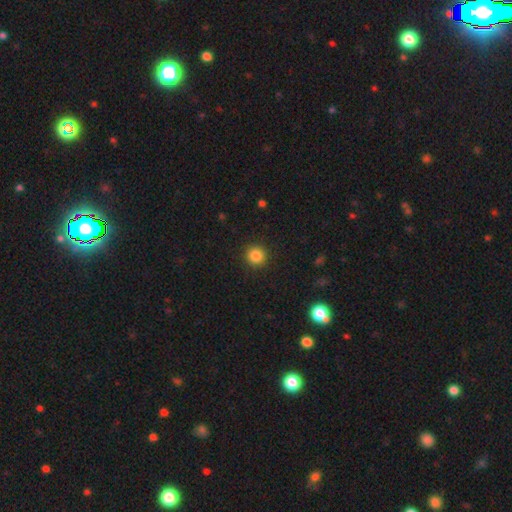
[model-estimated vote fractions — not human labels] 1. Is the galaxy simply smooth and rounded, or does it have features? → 85% smooth, 11% star or artifact, 4% featured or disk.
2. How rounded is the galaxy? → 94% round, 5% in between, 1% cigar-shaped.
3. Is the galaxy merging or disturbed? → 92% none, 5% minor disturbance, 2% major disturbance, 1% merger.